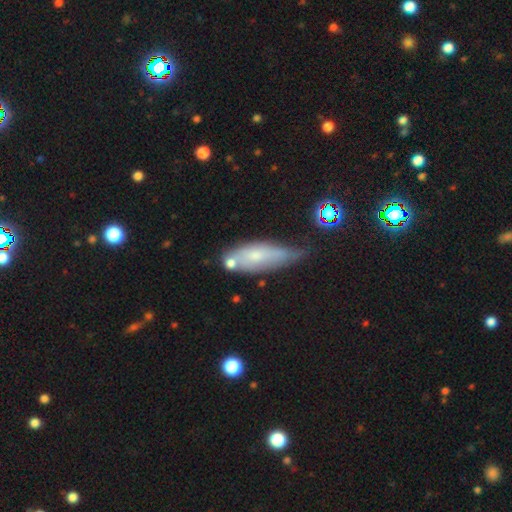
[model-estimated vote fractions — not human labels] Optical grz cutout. It shows a smooth galaxy with no disk features (54%) that is in between round and cigar-shaped (63%). Merging: minor disturbance (37%).